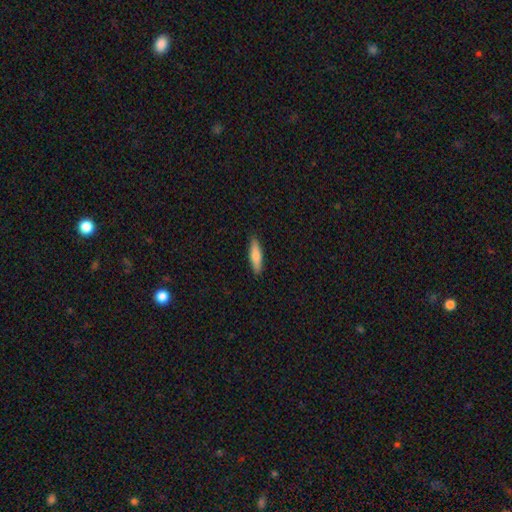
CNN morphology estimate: The model was most divided on "how rounded": cigar-shaped: 71%, in between: 28%, round: 2%. More confident: merging — none (90%); smooth or featured — smooth (75%).